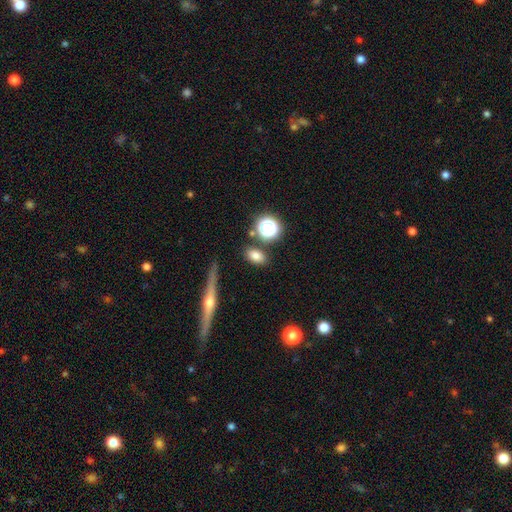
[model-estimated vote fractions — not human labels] Smooth or featured? Predicted: smooth (p=0.78). How rounded? Predicted: in between (p=0.78). Merging? Predicted: none (p=0.80).